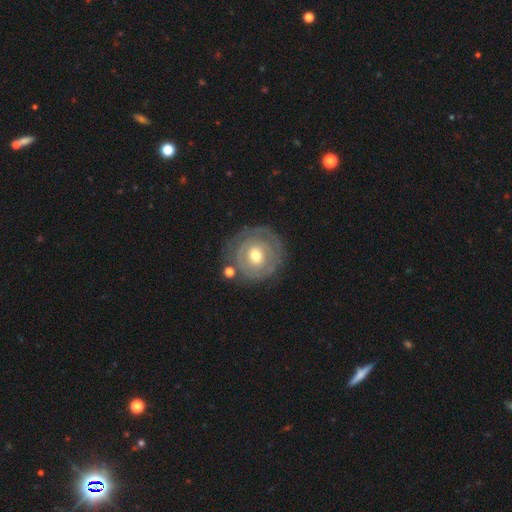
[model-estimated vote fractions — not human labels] Morphology: type=featured or disk (67%); edge-on=no (96%); bar=no (66%); spiral arms=yes (57%); bulge=moderate (68%); merging=none (74%).